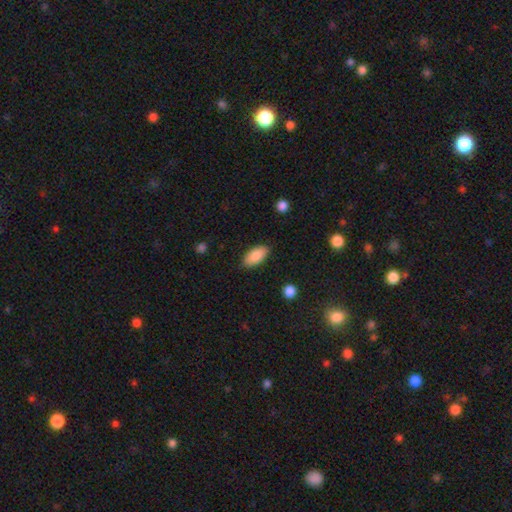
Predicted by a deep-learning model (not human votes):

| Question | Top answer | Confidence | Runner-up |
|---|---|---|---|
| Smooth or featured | smooth | 88% | star or artifact (6%) |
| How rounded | in between | 92% | cigar-shaped (6%) |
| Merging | none | 85% | minor disturbance (11%) |